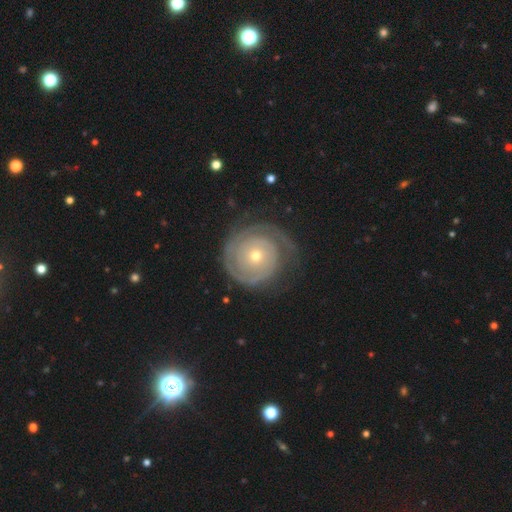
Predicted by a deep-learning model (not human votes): Smooth or featured?
  - featured or disk: 83% *
  - smooth: 12%
  - star or artifact: 5%
Edge-on disk?
  - no: 97% *
  - yes: 3%
Bar?
  - no: 84% *
  - weak: 12%
  - strong: 4%
Spiral arms?
  - yes: 93% *
  - no: 7%
Spiral winding?
  - tight: 83% *
  - medium: 13%
  - loose: 4%
Spiral arm count?
  - 2: 45% *
  - can't tell: 24%
  - 1: 11%
  - 3: 10%
  - 4: 5%
  - more than 4: 4%
Bulge size?
  - small: 63% *
  - moderate: 34%
  - large: 2%
  - dominant: 1%
  - none: 1%
Merging?
  - none: 73% *
  - minor disturbance: 16%
  - major disturbance: 9%
  - merger: 1%